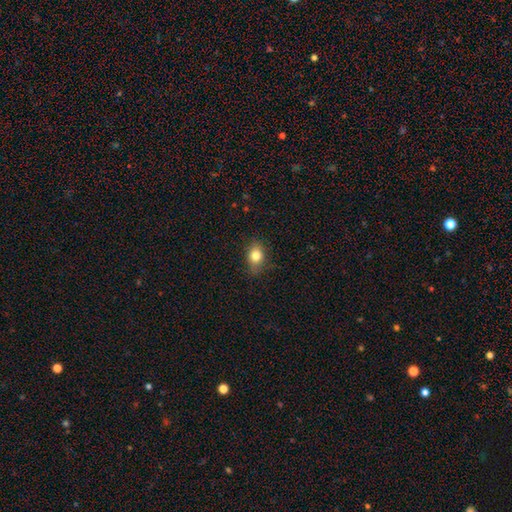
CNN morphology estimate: This is clearly a smooth galaxy (81%). How rounded: possibly in between (58%). Merging: likely none (78%).